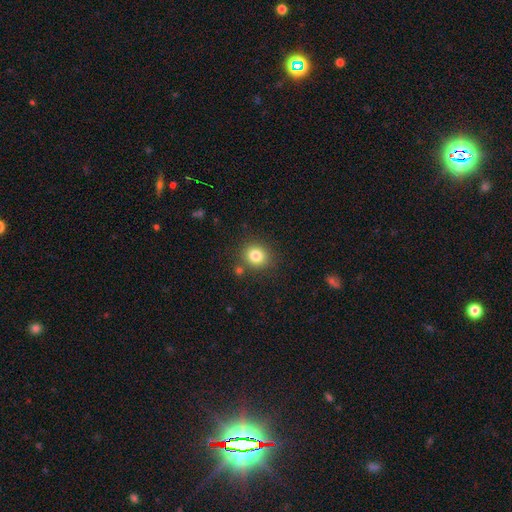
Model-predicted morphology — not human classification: The model was most divided on "how rounded": round: 81%, in between: 18%, cigar-shaped: 1%. More confident: merging — none (83%); smooth or featured — smooth (82%).